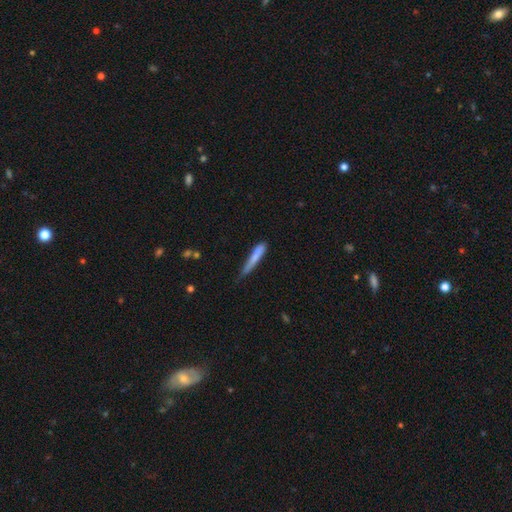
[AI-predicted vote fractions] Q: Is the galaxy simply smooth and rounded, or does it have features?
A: smooth — 78%.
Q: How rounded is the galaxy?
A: cigar-shaped — 93%.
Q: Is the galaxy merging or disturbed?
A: none — 51%.